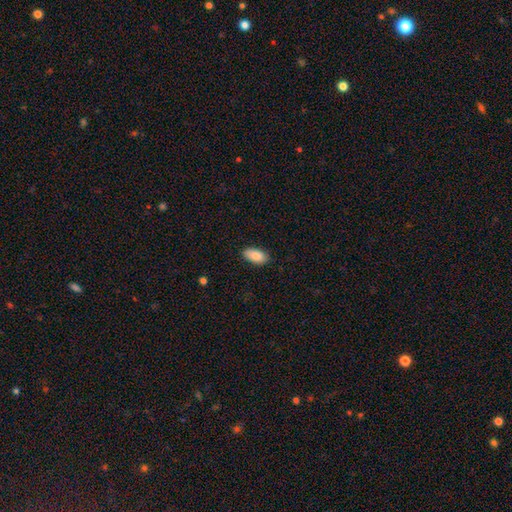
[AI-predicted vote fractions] smooth 88%, star or artifact 7%, featured or disk 5%. Down the decision tree: how rounded — in between (93%); merging — none (86%).